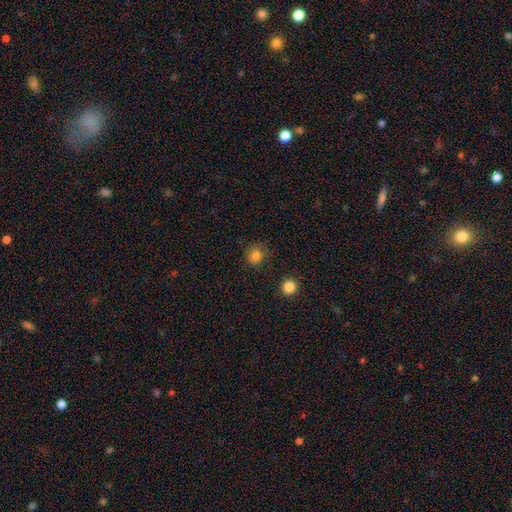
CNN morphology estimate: A smooth galaxy with no disk features (82%) that is round (83%).

Vote fractions:
- Smooth or featured? smooth: 82% / star or artifact: 14% / featured or disk: 5%
- How rounded? round: 83% / in between: 16% / cigar-shaped: 1%
- Merging? none: 83% / minor disturbance: 12% / major disturbance: 3% / merger: 2%